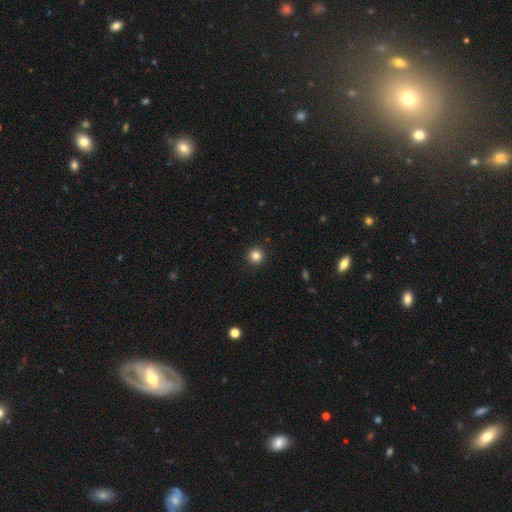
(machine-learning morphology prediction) This appears to be a smooth galaxy with no disk features (84%) that is round (96%). Merging: none (92%).